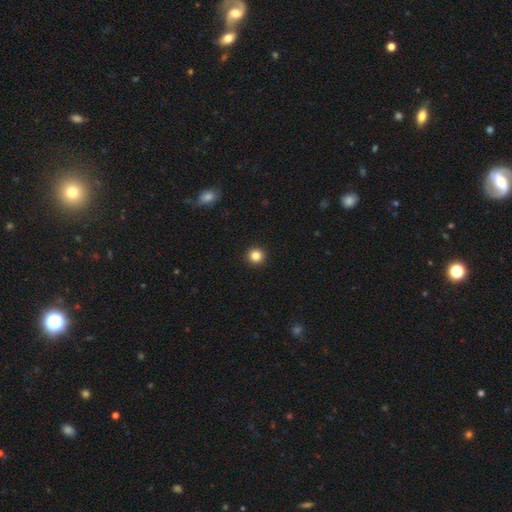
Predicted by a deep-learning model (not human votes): A smooth galaxy with no disk features (84%) that is round (96%).

Vote fractions:
- Smooth or featured? smooth: 84% / star or artifact: 11% / featured or disk: 4%
- How rounded? round: 96% / in between: 3% / cigar-shaped: 1%
- Merging? none: 94% / minor disturbance: 4% / major disturbance: 1% / merger: 1%